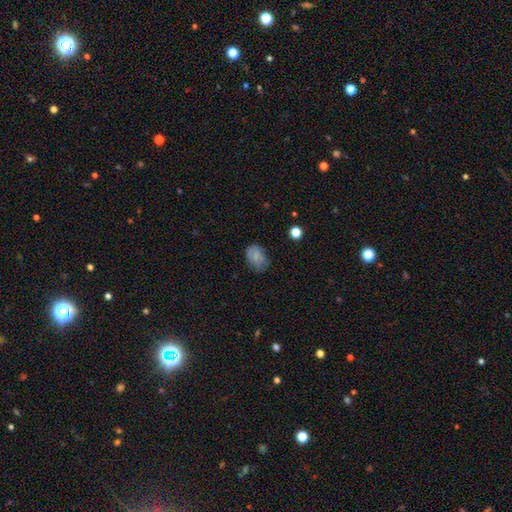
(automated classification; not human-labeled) Smooth or featured?
  - smooth: 72% *
  - featured or disk: 16%
  - star or artifact: 12%
How rounded?
  - in between: 76% *
  - round: 23%
  - cigar-shaped: 1%
Merging?
  - none: 62% *
  - minor disturbance: 28%
  - major disturbance: 9%
  - merger: 2%